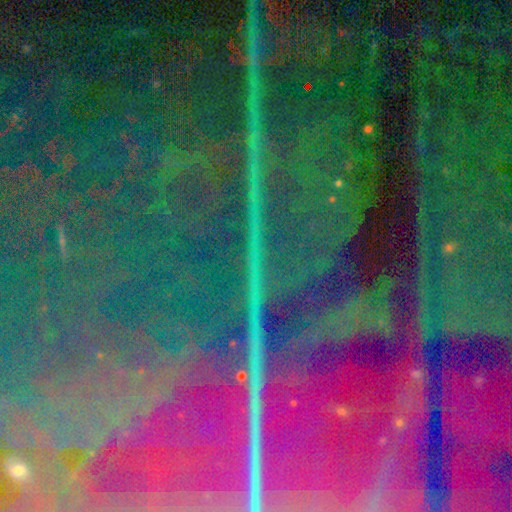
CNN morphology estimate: star or artifact 89%, featured or disk 6%, smooth 4%.